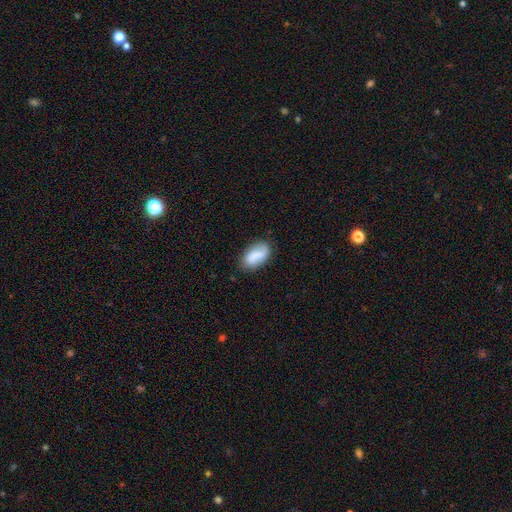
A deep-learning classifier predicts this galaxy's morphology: type=smooth (75%); roundness=in between (93%); merging=none (75%).